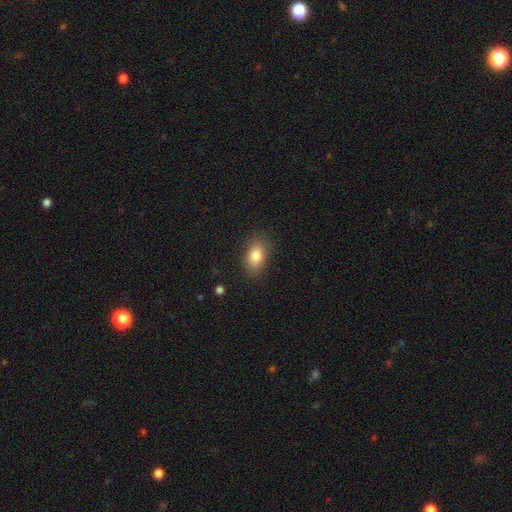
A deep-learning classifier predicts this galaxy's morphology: A smooth galaxy with no disk features (82%) that is in between round and cigar-shaped (86%). Merging: none (83%).